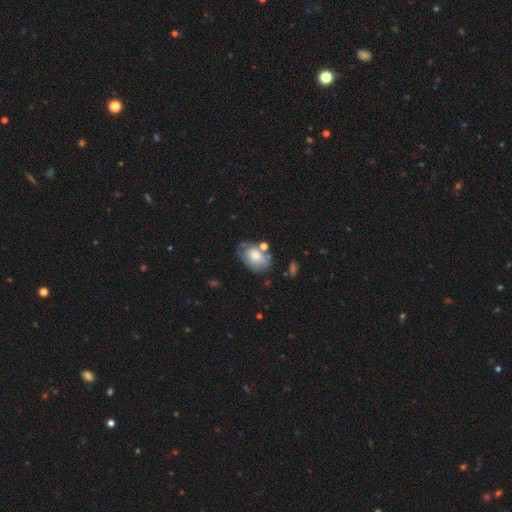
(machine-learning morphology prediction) The model was most divided on "merging": none: 53%, minor disturbance: 27%, merger: 11%, major disturbance: 10%. More confident: how rounded — in between (78%); smooth or featured — smooth (63%).